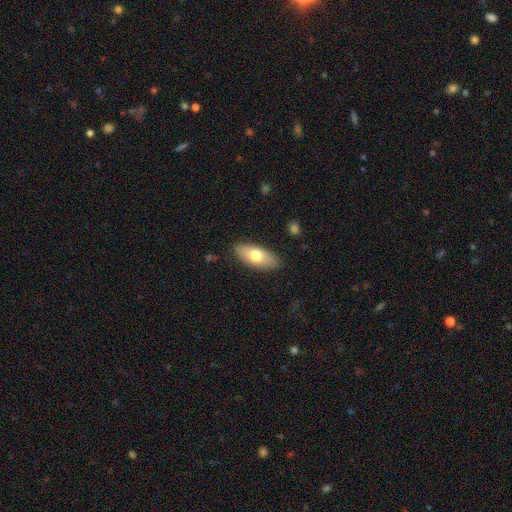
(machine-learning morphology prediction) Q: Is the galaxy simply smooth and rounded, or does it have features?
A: smooth — 69%.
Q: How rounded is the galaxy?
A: in between — 83%.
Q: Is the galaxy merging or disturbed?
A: none — 87%.